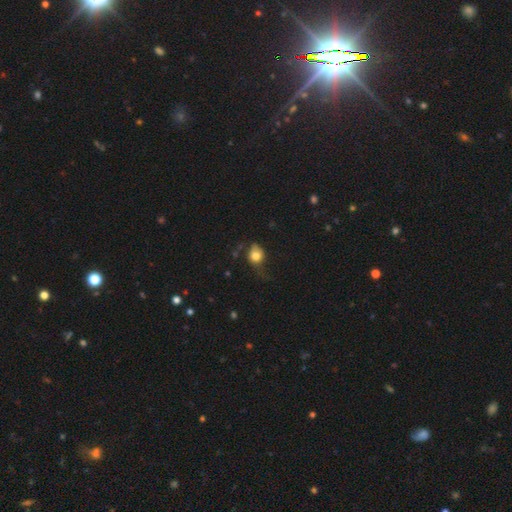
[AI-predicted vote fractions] Morphology: type=smooth (76%); roundness=round (56%); merging=none (41%).